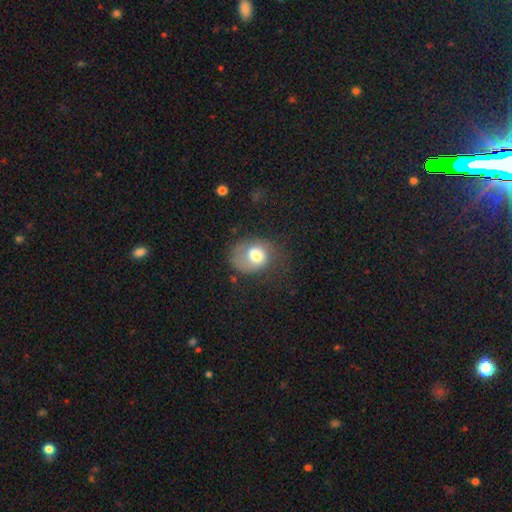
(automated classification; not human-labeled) Morphology: type=smooth (60%); roundness=round (50%); merging=none (40%).